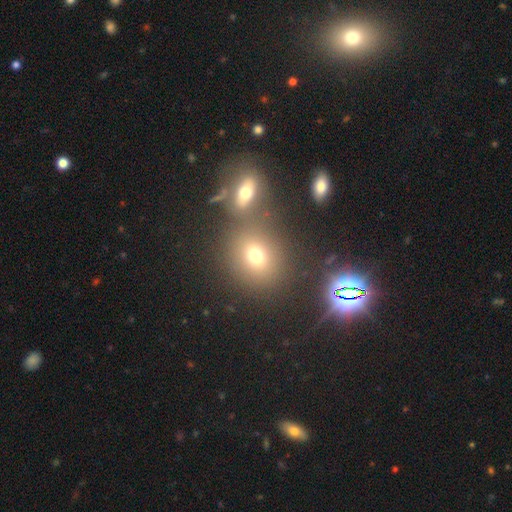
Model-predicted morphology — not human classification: Smooth or featured? Predicted: smooth (p=0.69). How rounded? Predicted: round (p=0.70). Merging? Predicted: none (p=0.63).